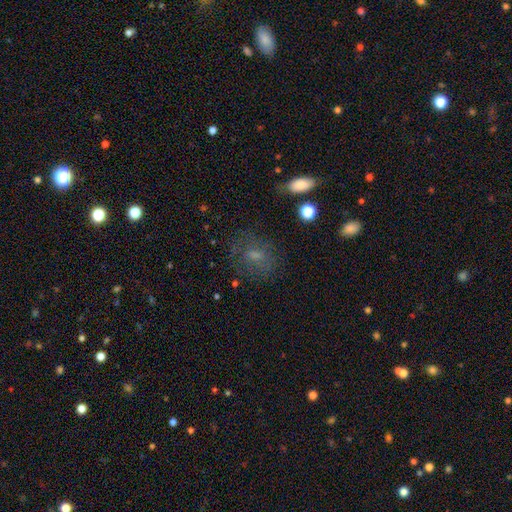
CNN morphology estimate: This is possibly a smooth galaxy (51%). How rounded: possibly in between (53%). Merging: likely none (65%).